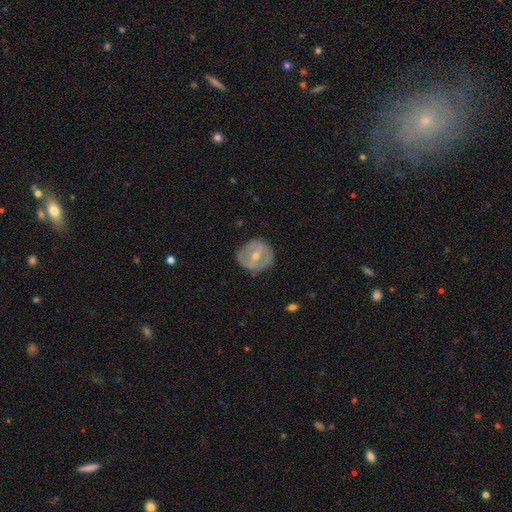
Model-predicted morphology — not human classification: Smooth or featured?
  - featured or disk: 62% *
  - smooth: 31%
  - star or artifact: 6%
Edge-on disk?
  - no: 94% *
  - yes: 6%
Bar?
  - weak: 41% *
  - strong: 34%
  - no: 25%
Spiral arms?
  - no: 65% *
  - yes: 35%
Bulge size?
  - moderate: 58% *
  - small: 39%
  - large: 1%
  - none: 1%
  - dominant: 1%
Merging?
  - none: 77% *
  - minor disturbance: 17%
  - major disturbance: 5%
  - merger: 1%